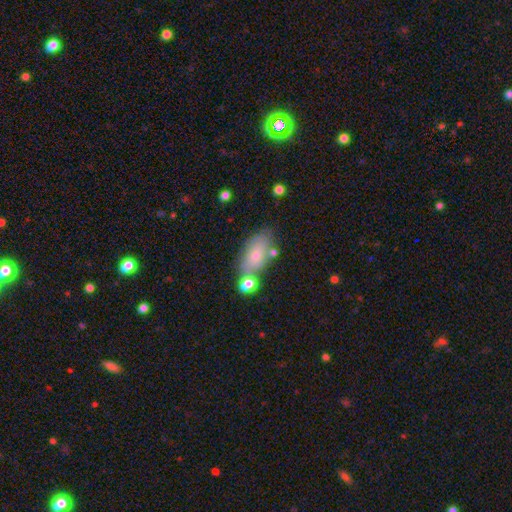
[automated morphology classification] Overall: smooth (70%). How rounded: in between (89%). Merging: none (61%).